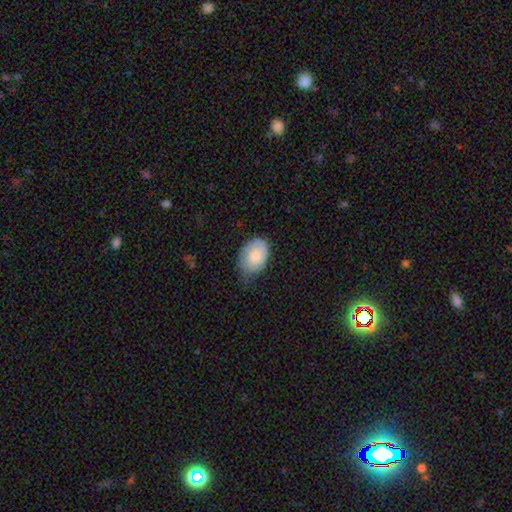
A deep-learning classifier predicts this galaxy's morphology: A smooth galaxy with no disk features (80%) that is in between round and cigar-shaped (84%).

Vote fractions:
- Smooth or featured? smooth: 80% / featured or disk: 14% / star or artifact: 6%
- How rounded? in between: 84% / round: 15% / cigar-shaped: 1%
- Merging? none: 49% / minor disturbance: 41% / major disturbance: 9% / merger: 1%